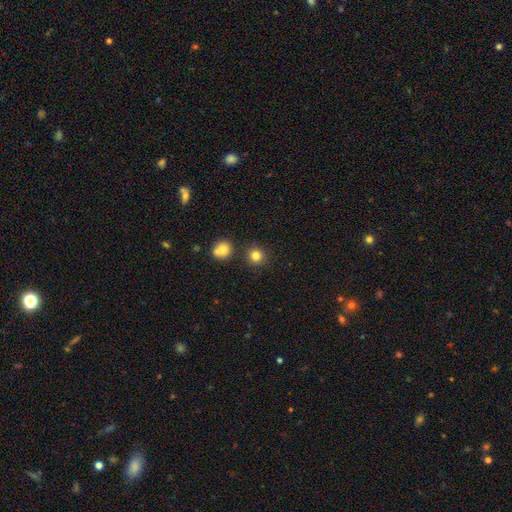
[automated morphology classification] smooth_or_featured: smooth (p=0.82) [alt: star or artifact p=0.12]
how_rounded: round (p=0.91) [alt: in between p=0.08]
merging: none (p=0.84) [alt: minor disturbance p=0.07]